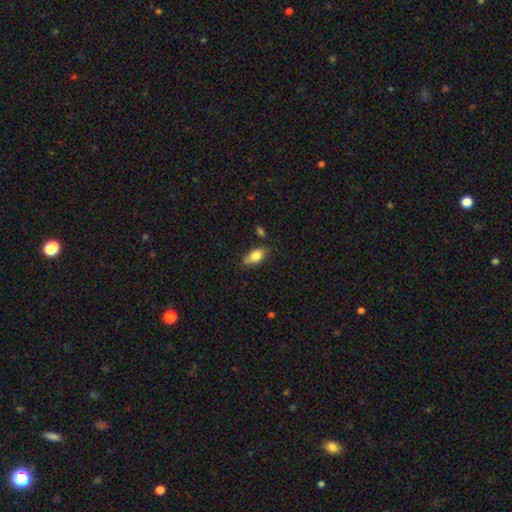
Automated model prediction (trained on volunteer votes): The model was most divided on "merging": none: 66%, minor disturbance: 24%, merger: 5%, major disturbance: 5%. More confident: how rounded — in between (87%); smooth or featured — smooth (80%).